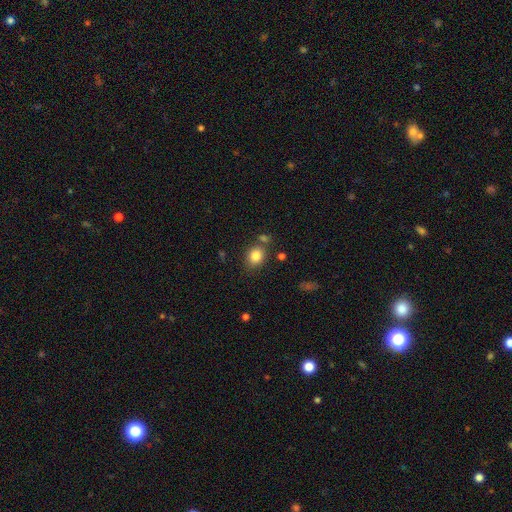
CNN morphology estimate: This appears to be a smooth galaxy with no disk features (84%) that is round (58%). Merging: none (73%).